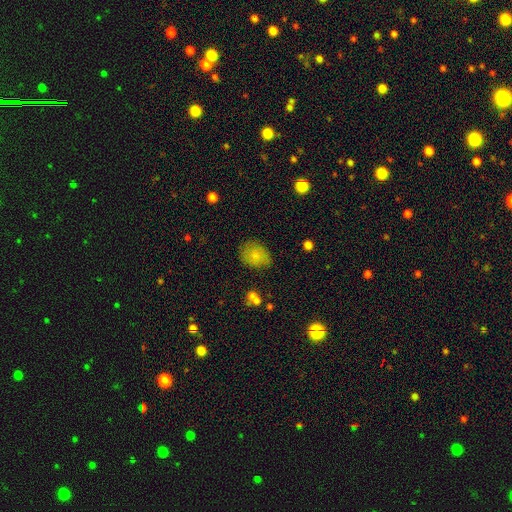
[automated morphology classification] smooth_or_featured: smooth (p=0.79) [alt: featured or disk p=0.11]
how_rounded: in between (p=0.54) [alt: round p=0.44]
merging: none (p=0.74) [alt: minor disturbance p=0.18]